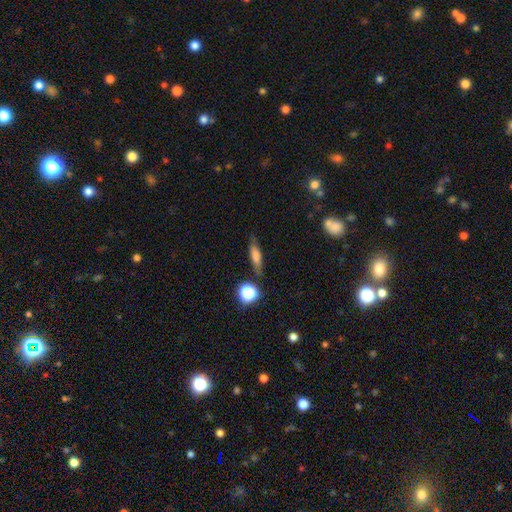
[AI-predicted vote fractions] This is likely a smooth galaxy (67%). How rounded: possibly cigar-shaped (52%). Merging: likely none (75%).